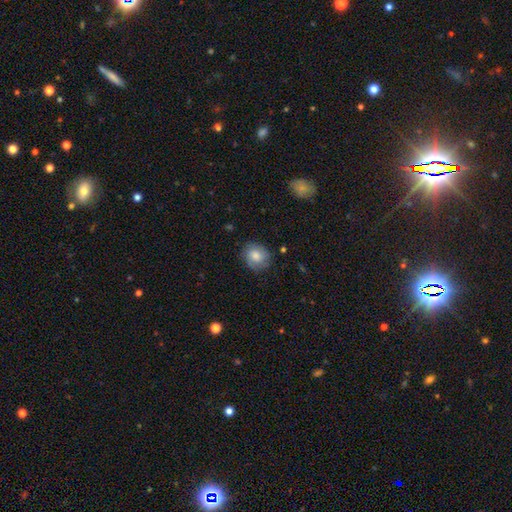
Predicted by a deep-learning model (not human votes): Q: Smooth or featured?
A: smooth (70%); runner-up: featured or disk (22%)
Q: How rounded?
A: round (73%); runner-up: in between (26%)
Q: Merging?
A: none (78%); runner-up: minor disturbance (16%)